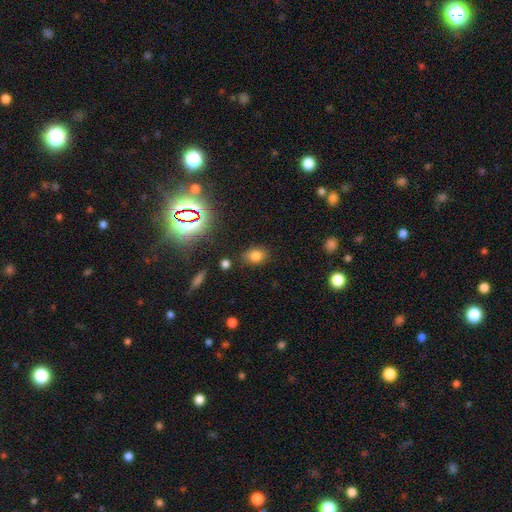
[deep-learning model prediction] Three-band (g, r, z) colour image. It shows a smooth galaxy with no disk features (74%) that is in between round and cigar-shaped (61%). Merging: none (79%).